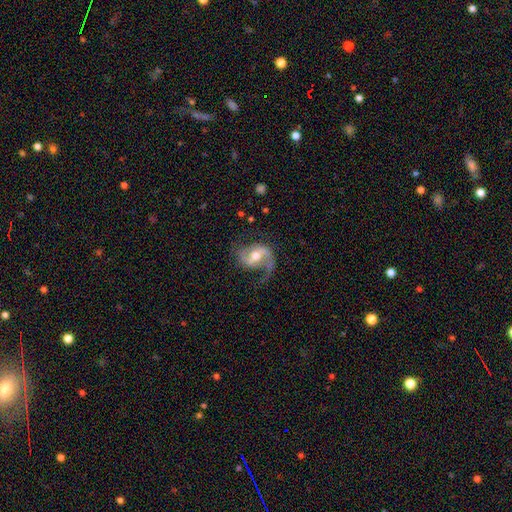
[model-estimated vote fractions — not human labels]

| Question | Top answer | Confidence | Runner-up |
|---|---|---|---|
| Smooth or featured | featured or disk | 87% | smooth (8%) |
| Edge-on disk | no | 98% | yes (2%) |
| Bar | weak | 47% | no (27%) |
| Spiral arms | yes | 96% | no (4%) |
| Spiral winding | medium | 46% | loose (42%) |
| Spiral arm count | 2 | 75% | 1 (19%) |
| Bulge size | moderate | 72% | small (19%) |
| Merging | none | 60% | minor disturbance (20%) |